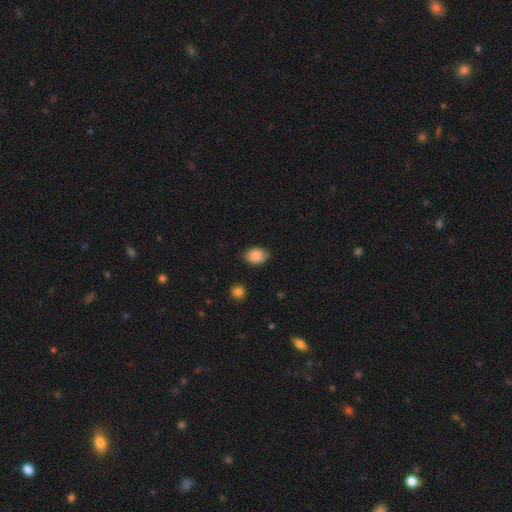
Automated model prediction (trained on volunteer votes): A smooth galaxy with no disk features (87%) that is in between round and cigar-shaped (70%).

Vote fractions:
- Smooth or featured? smooth: 87% / star or artifact: 8% / featured or disk: 5%
- How rounded? in between: 70% / round: 29% / cigar-shaped: 1%
- Merging? none: 83% / minor disturbance: 13% / major disturbance: 2% / merger: 1%